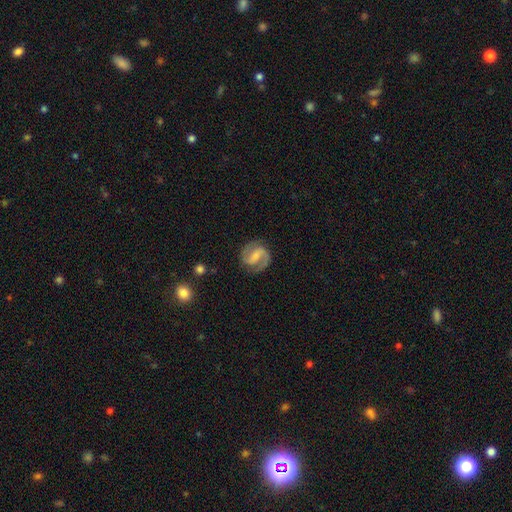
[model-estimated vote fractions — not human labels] Q: Smooth or featured?
A: featured or disk (86%); runner-up: smooth (9%)
Q: Edge-on disk?
A: no (98%); runner-up: yes (2%)
Q: Bar?
A: strong (42%); tied with: weak (42%)
Q: Spiral arms?
A: yes (97%); runner-up: no (3%)
Q: Spiral winding?
A: medium (53%); runner-up: tight (32%)
Q: Spiral arm count?
A: 2 (90%); runner-up: 1 (4%)
Q: Bulge size?
A: small (53%); runner-up: moderate (29%)
Q: Merging?
A: none (83%); runner-up: minor disturbance (11%)